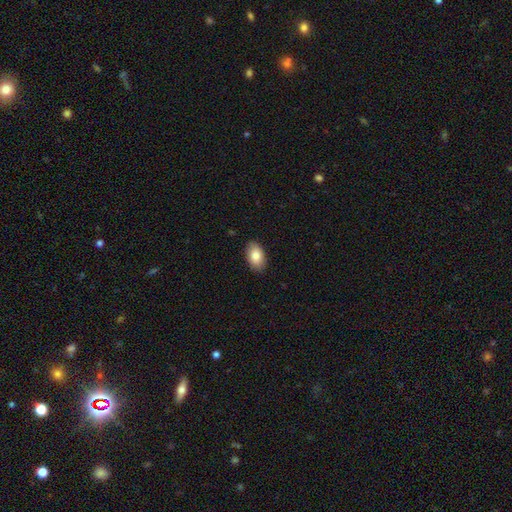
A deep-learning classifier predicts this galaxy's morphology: Smooth or featured?
  - smooth: 84% *
  - featured or disk: 9%
  - star or artifact: 7%
How rounded?
  - in between: 92% *
  - round: 6%
  - cigar-shaped: 1%
Merging?
  - none: 88% *
  - minor disturbance: 9%
  - major disturbance: 2%
  - merger: 1%